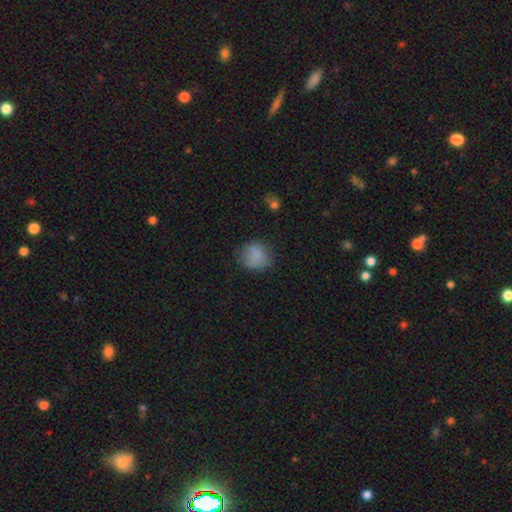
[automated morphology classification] Smooth or featured? smooth (82%)
How rounded? round (73%)
Merging? none (71%)